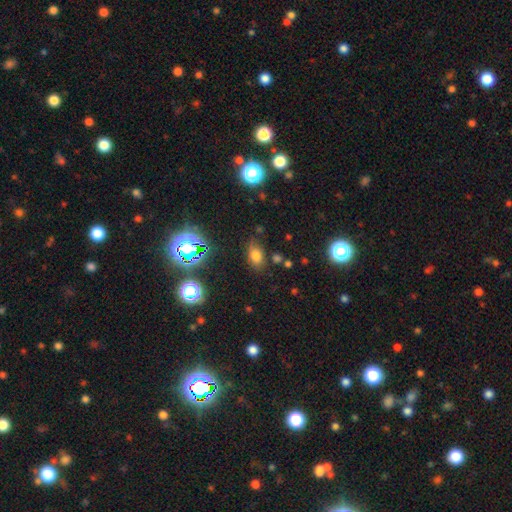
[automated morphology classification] Smooth or featured? smooth (69%)
How rounded? in between (78%)
Merging? none (74%)